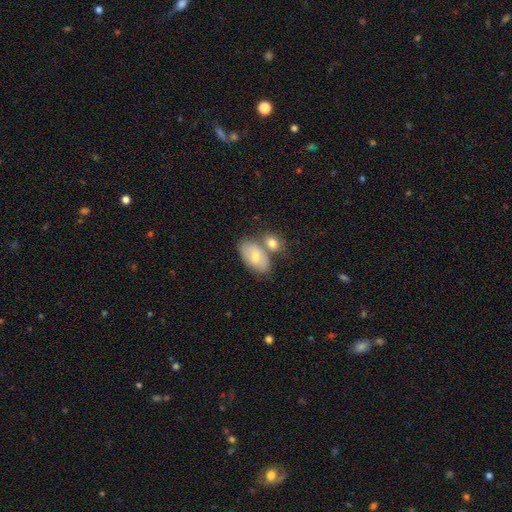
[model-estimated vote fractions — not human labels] Smooth or featured? smooth (69%)
How rounded? in between (92%)
Merging? none (45%)